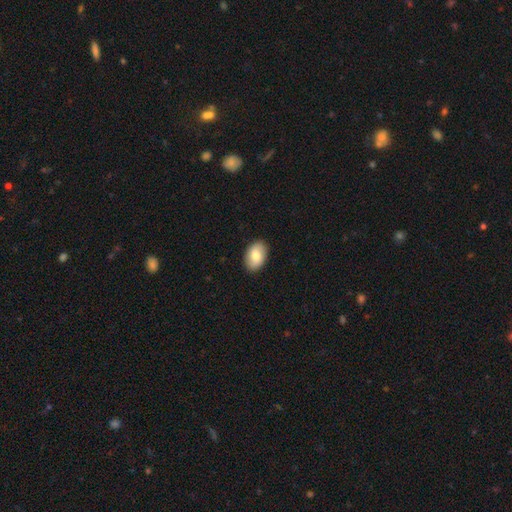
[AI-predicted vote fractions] Smooth or featured?
  - smooth: 80% *
  - featured or disk: 14%
  - star or artifact: 6%
How rounded?
  - in between: 90% *
  - round: 8%
  - cigar-shaped: 1%
Merging?
  - none: 90% *
  - minor disturbance: 8%
  - major disturbance: 2%
  - merger: 1%